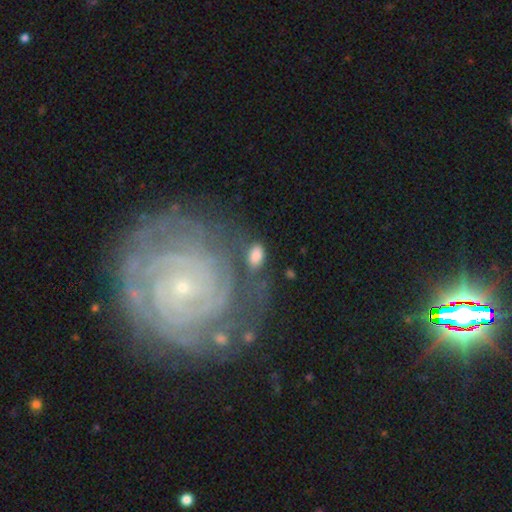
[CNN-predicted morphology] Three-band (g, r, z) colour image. It shows a smooth galaxy with no disk features (76%) that is in between round and cigar-shaped (90%). Merging: none (63%).